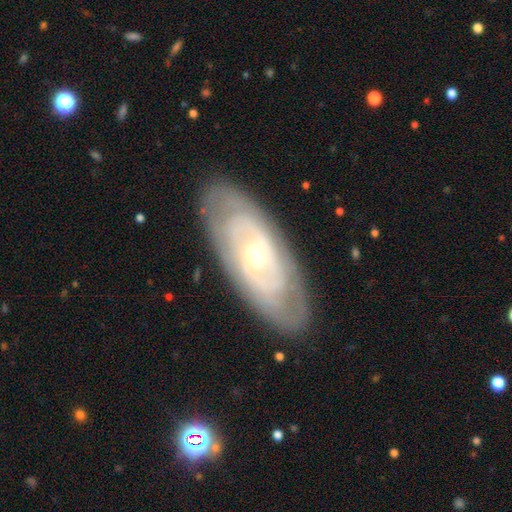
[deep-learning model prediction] This appears to be a featured or disk galaxy (75%) with no bar (73%), spiral arms (65%) and a small central bulge (54%). Merging: none (84%).